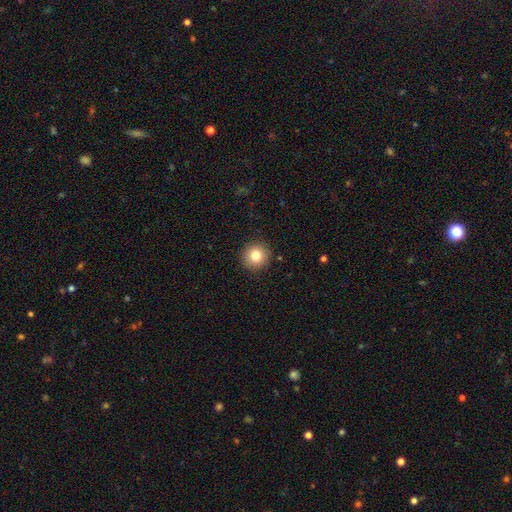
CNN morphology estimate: Smooth or featured? Predicted: smooth (p=0.81). How rounded? Predicted: round (p=0.93). Merging? Predicted: none (p=0.91).